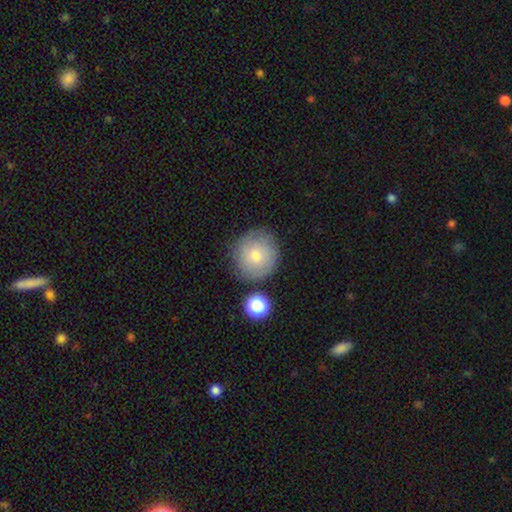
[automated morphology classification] This appears to be a smooth galaxy with no disk features (70%) that is round (91%). Merging: none (76%).